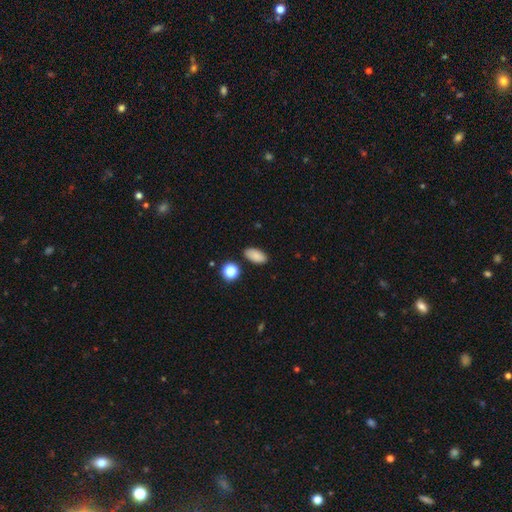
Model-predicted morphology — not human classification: This is clearly a smooth galaxy (85%). How rounded: clearly in between (91%). Merging: clearly none (86%).